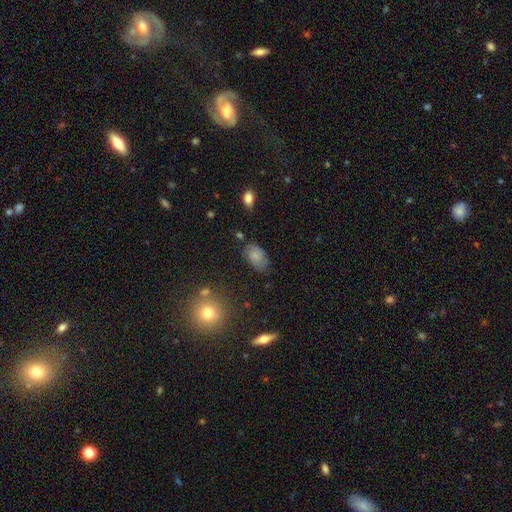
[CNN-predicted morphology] smooth-or-featured: smooth: 70% | featured or disk: 20% | star or artifact: 10%
  how-rounded: in between: 90% | round: 9% | cigar-shaped: 2%
  merging: none: 64% | minor disturbance: 26% | major disturbance: 7% | merger: 3%